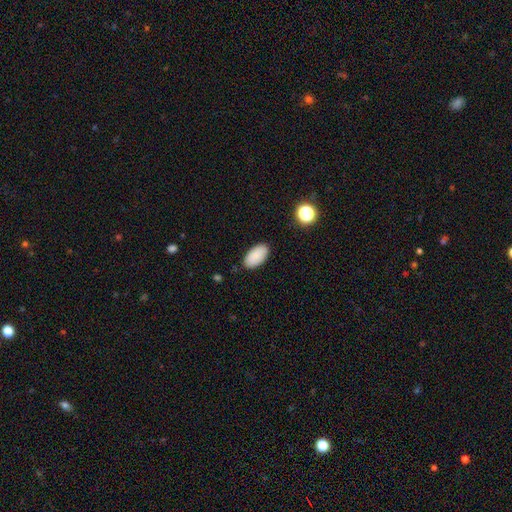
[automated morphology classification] Smooth or featured?
  - smooth: 89% *
  - star or artifact: 7%
  - featured or disk: 4%
How rounded?
  - in between: 96% *
  - round: 2%
  - cigar-shaped: 2%
Merging?
  - none: 88% *
  - minor disturbance: 9%
  - major disturbance: 2%
  - merger: 1%